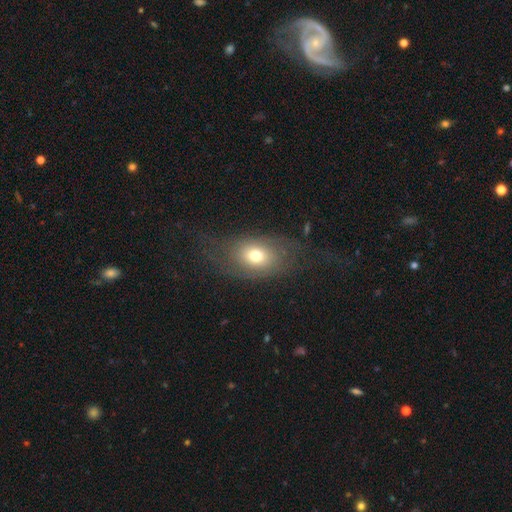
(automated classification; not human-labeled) smooth 62%, featured or disk 27%, star or artifact 11%. Down the decision tree: how rounded — in between (77%); merging — none (60%).